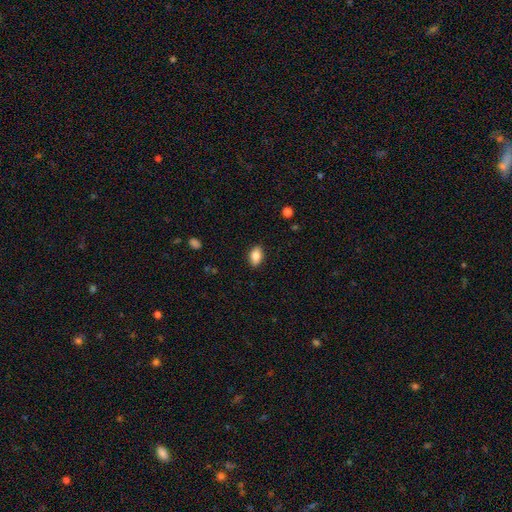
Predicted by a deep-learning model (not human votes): smooth_or_featured: smooth (p=0.84) [alt: featured or disk p=0.08]
how_rounded: in between (p=0.88) [alt: round p=0.10]
merging: none (p=0.87) [alt: minor disturbance p=0.10]